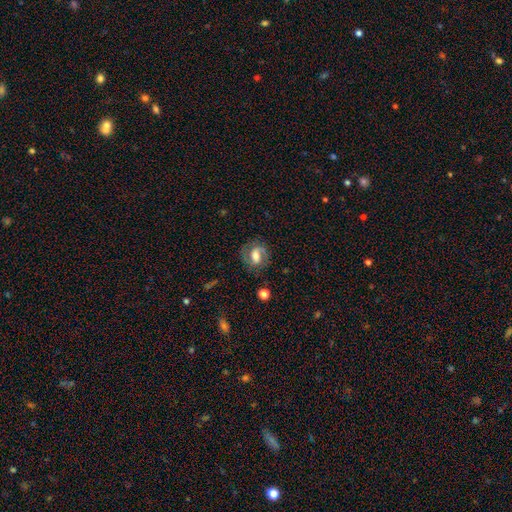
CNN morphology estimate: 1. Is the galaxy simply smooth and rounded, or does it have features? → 52% featured or disk, 39% smooth, 9% star or artifact.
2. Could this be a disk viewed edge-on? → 95% no, 5% yes.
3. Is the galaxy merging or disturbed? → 71% none, 18% minor disturbance, 10% major disturbance, 2% merger.